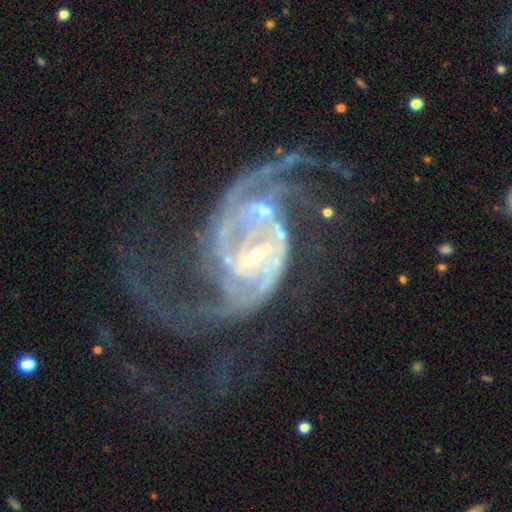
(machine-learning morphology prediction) The model was most divided on "merging": major disturbance: 34%, none: 30%, merger: 23%, minor disturbance: 13%. Remaining: edge-on disk — no (98%); spiral arms — yes (97%); smooth or featured — featured or disk (91%); bulge size — small (75%); spiral arm count — 2 (69%); spiral winding — medium (47%); bar — weak (39%).